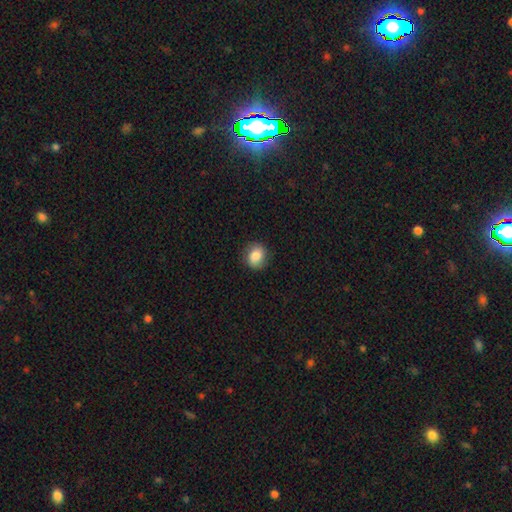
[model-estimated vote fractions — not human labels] Smooth or featured?
  - smooth: 82% *
  - featured or disk: 10%
  - star or artifact: 8%
How rounded?
  - round: 71% *
  - in between: 28%
  - cigar-shaped: 1%
Merging?
  - none: 84% *
  - minor disturbance: 12%
  - major disturbance: 3%
  - merger: 1%